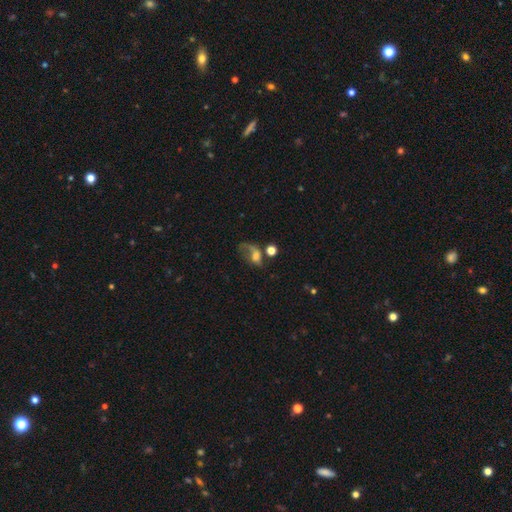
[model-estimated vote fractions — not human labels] This is marginally a featured or disk galaxy (44%). Merging: possibly major disturbance (45%).